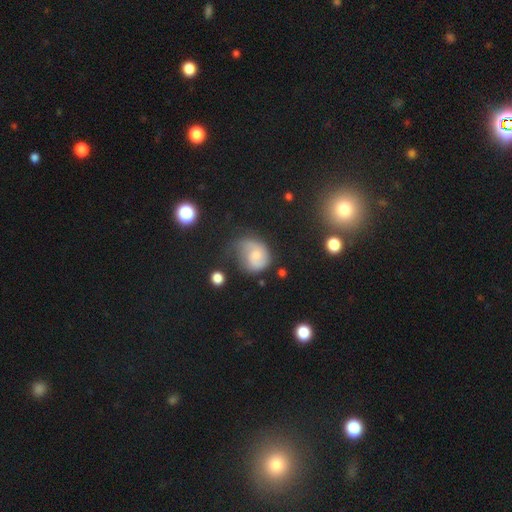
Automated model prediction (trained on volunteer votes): The model was most divided on "merging": none: 35%, minor disturbance: 33%, major disturbance: 29%, merger: 4%. Remaining: smooth or featured — smooth (48%).